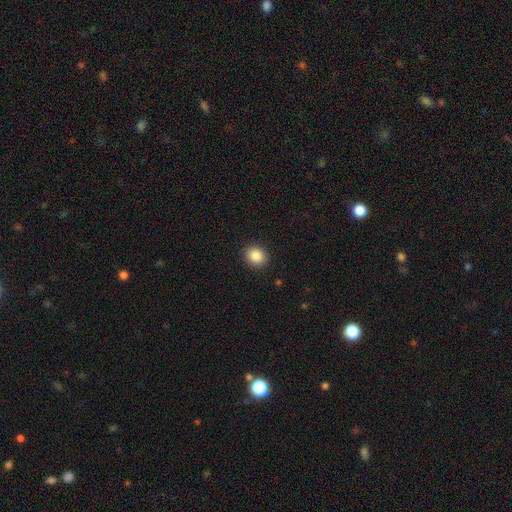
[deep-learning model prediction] This is clearly a smooth galaxy (86%). How rounded: likely round (76%). Merging: clearly none (91%).